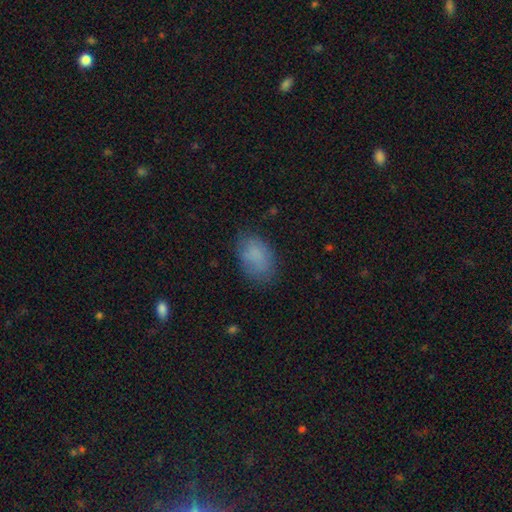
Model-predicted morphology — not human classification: Smooth or featured?
  - smooth: 80% *
  - featured or disk: 11%
  - star or artifact: 9%
How rounded?
  - in between: 87% *
  - round: 12%
  - cigar-shaped: 1%
Merging?
  - none: 70% *
  - minor disturbance: 22%
  - major disturbance: 7%
  - merger: 2%